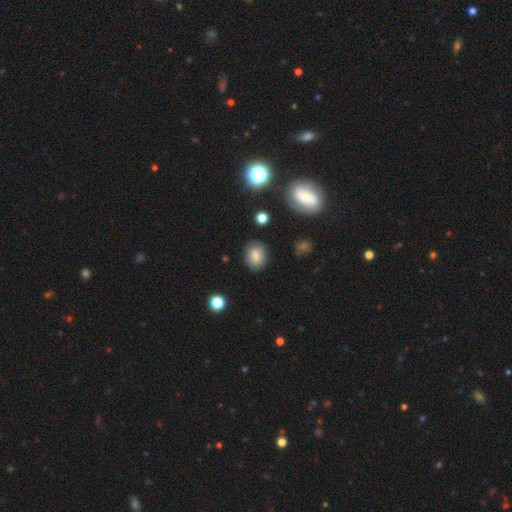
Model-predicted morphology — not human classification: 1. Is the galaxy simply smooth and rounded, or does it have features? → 78% smooth, 11% featured or disk, 11% star or artifact.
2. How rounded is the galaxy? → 55% in between, 44% round, 1% cigar-shaped.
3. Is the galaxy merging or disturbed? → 83% none, 12% minor disturbance, 3% major disturbance, 2% merger.